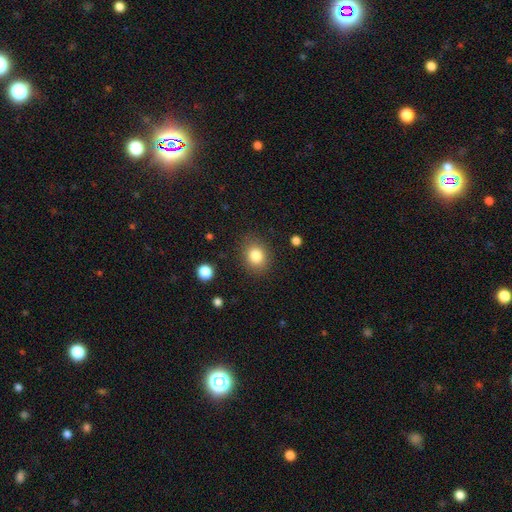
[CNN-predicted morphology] A smooth galaxy with no disk features (83%) that is round (63%).

Vote fractions:
- Smooth or featured? smooth: 83% / star or artifact: 10% / featured or disk: 7%
- How rounded? round: 63% / in between: 37% / cigar-shaped: 1%
- Merging? none: 85% / minor disturbance: 10% / major disturbance: 4% / merger: 2%